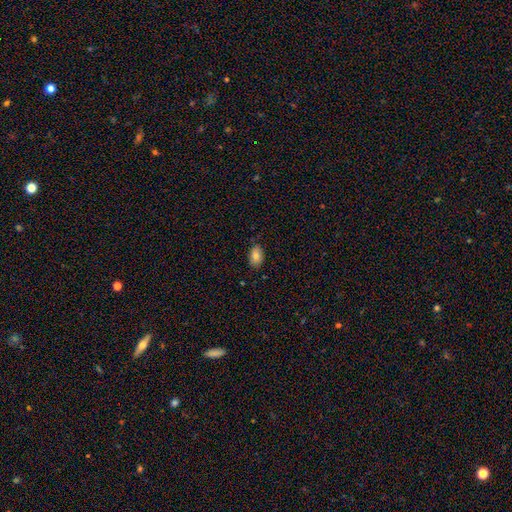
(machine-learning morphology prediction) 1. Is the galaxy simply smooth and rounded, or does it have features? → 81% smooth, 10% featured or disk, 8% star or artifact.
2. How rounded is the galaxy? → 89% in between, 10% round, 1% cigar-shaped.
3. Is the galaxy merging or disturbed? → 80% none, 16% minor disturbance, 2% major disturbance, 1% merger.